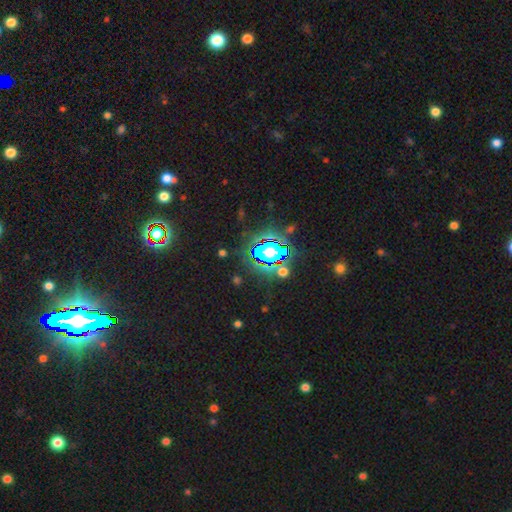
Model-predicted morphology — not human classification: A star or artifact, not a galaxy (85%).

Vote fractions:
- Smooth or featured? star or artifact: 85% / smooth: 8% / featured or disk: 7%